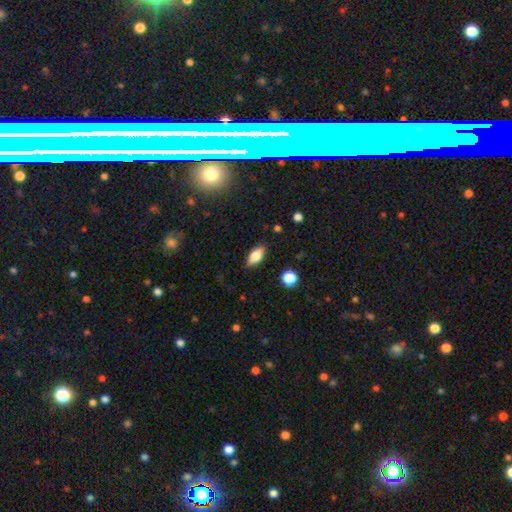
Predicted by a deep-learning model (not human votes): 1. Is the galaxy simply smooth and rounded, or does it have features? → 74% smooth, 18% featured or disk, 8% star or artifact.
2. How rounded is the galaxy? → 83% in between, 14% cigar-shaped, 4% round.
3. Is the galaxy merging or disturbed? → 86% none, 10% minor disturbance, 2% major disturbance, 1% merger.